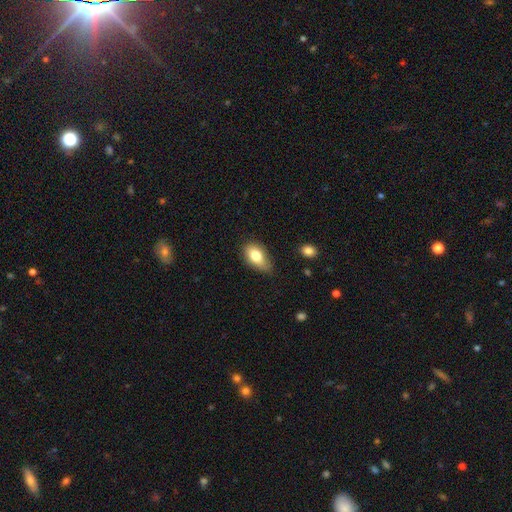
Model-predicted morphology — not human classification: A smooth galaxy with no disk features (79%) that is in between round and cigar-shaped (89%). Merging: none (64%).